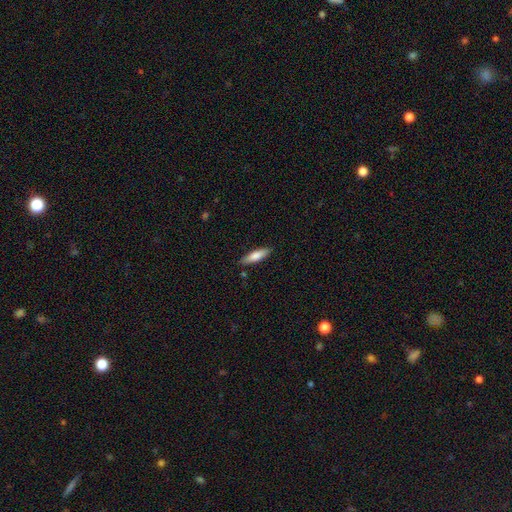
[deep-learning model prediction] Overall: smooth (78%). How rounded: cigar-shaped (63%; in between 35%). Merging: none (86%).